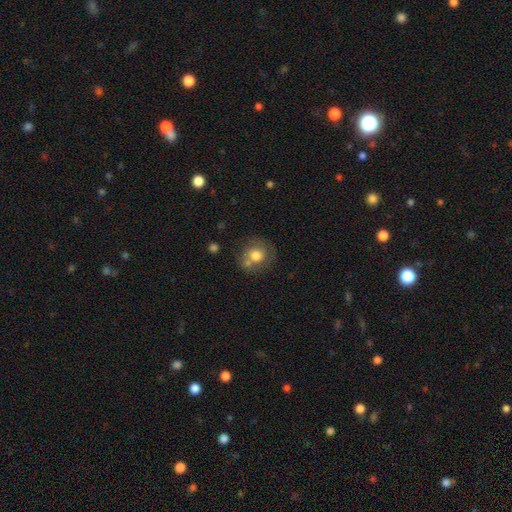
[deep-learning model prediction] Smooth or featured?
  - smooth: 73% *
  - featured or disk: 17%
  - star or artifact: 10%
How rounded?
  - round: 84% *
  - in between: 15%
  - cigar-shaped: 1%
Merging?
  - none: 56% *
  - merger: 23%
  - minor disturbance: 15%
  - major disturbance: 6%